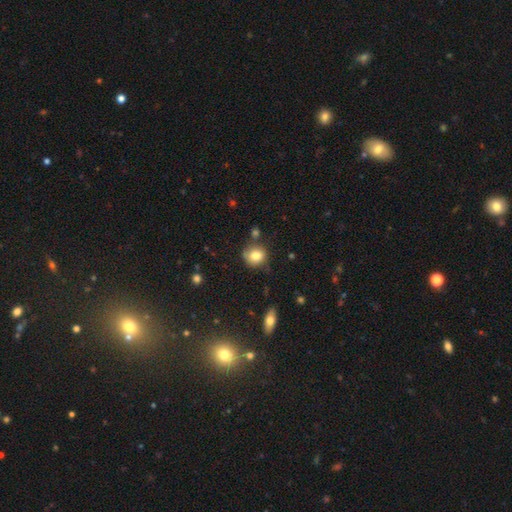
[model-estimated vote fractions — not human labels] smooth_or_featured: smooth (p=0.80) [alt: featured or disk p=0.11]
how_rounded: round (p=0.84) [alt: in between p=0.15]
merging: none (p=0.70) [alt: minor disturbance p=0.19]